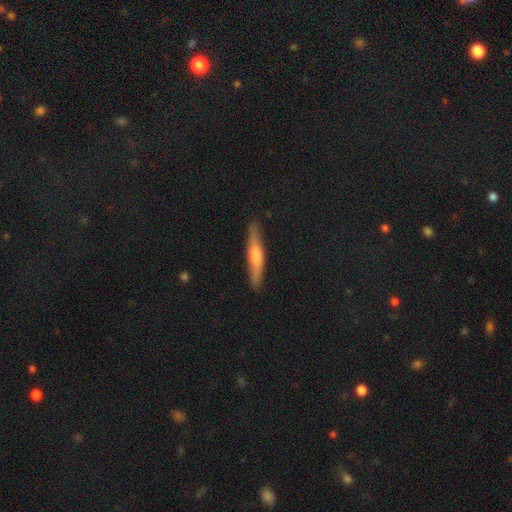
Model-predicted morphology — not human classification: A featured or disk galaxy (48%).

Vote fractions:
- Smooth or featured? featured or disk: 48% / smooth: 45% / star or artifact: 7%
- Merging? none: 87% / minor disturbance: 10% / major disturbance: 2% / merger: 1%